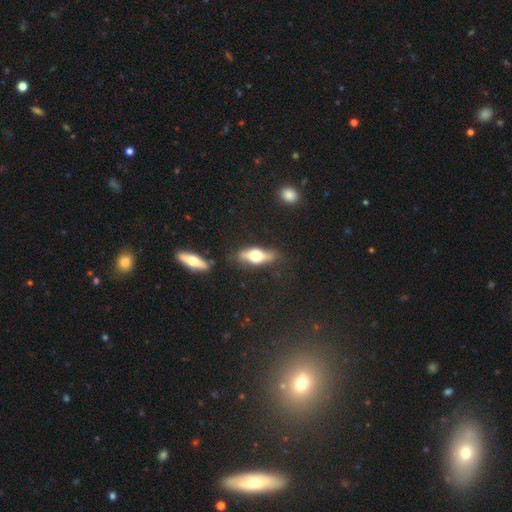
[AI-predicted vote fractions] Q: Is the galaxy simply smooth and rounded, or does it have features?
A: featured or disk — 50%.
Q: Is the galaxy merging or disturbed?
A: none — 71%.